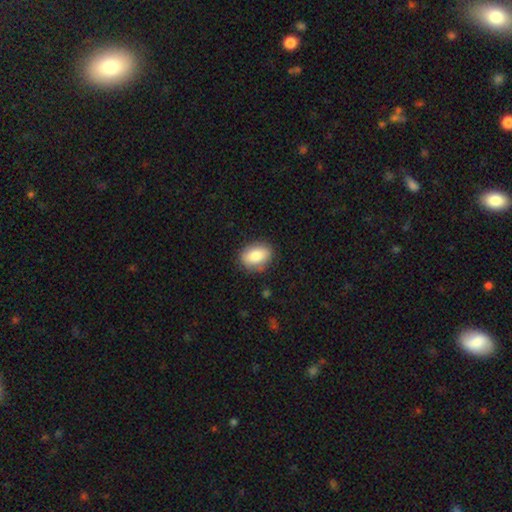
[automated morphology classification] Smooth or featured: smooth — 84% (featured or disk — 9%)
How rounded: in between — 77% (round — 21%)
Merging: none — 85% (minor disturbance — 12%)